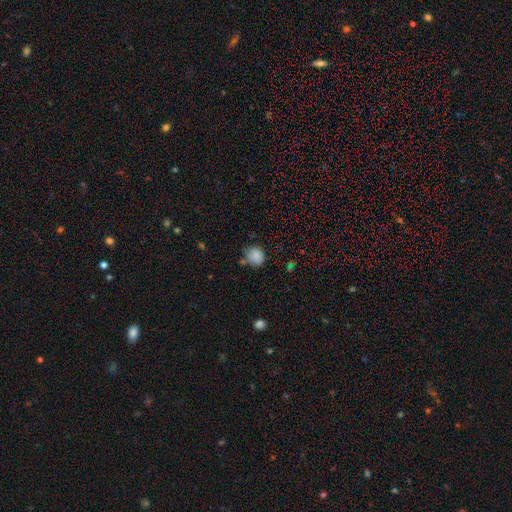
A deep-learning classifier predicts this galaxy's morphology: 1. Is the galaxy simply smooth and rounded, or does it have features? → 86% smooth, 9% star or artifact, 5% featured or disk.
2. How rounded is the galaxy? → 76% round, 23% in between, 1% cigar-shaped.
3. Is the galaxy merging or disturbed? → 69% none, 20% minor disturbance, 7% merger, 5% major disturbance.